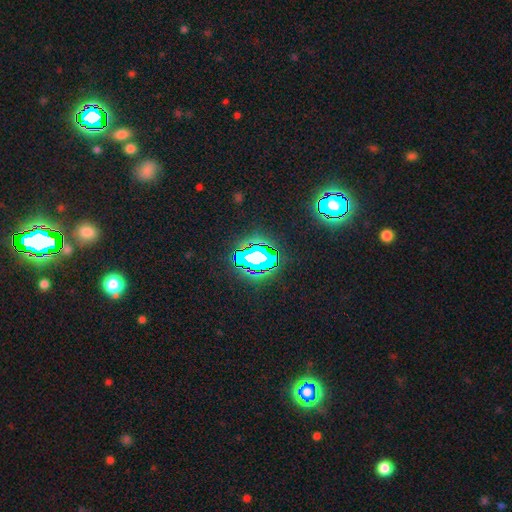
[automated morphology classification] A star or artifact, not a galaxy (64%).